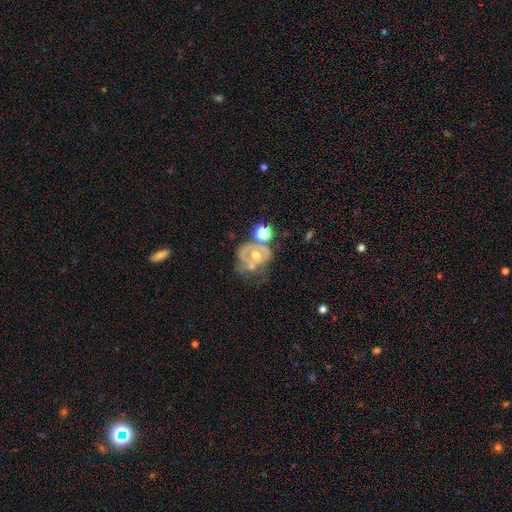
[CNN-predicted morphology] Smooth or featured? featured or disk (67%)
Edge-on disk? no (97%)
Bar? no (72%)
Spiral arms? yes (62%)
Bulge size? moderate (63%)
Merging? none (34%)